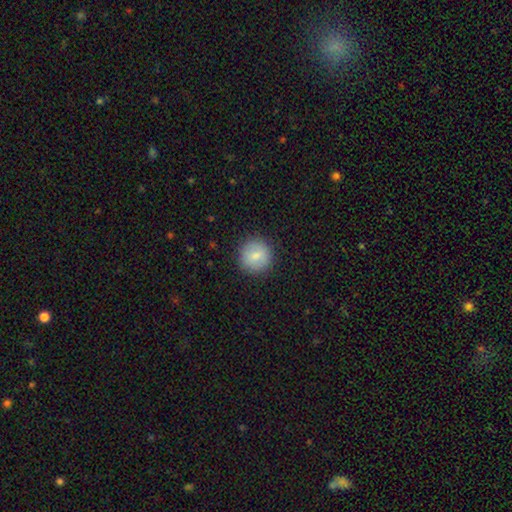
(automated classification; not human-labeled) The model was most divided on "smooth or featured": smooth: 79%, featured or disk: 13%, star or artifact: 8%. More confident: how rounded — round (93%); merging — none (88%).